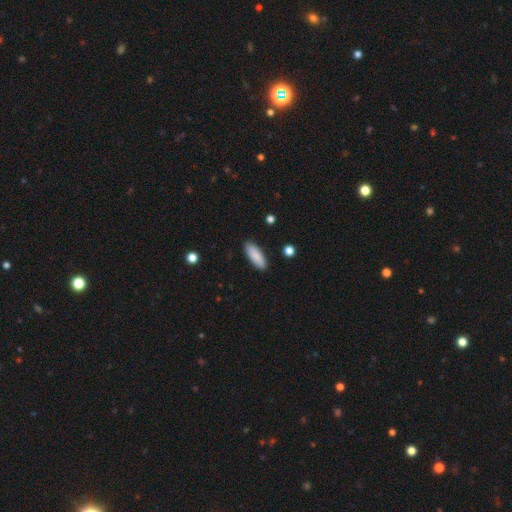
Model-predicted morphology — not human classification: smooth 88%, featured or disk 6%, star or artifact 6%. Down the decision tree: how rounded — in between (65%); merging — none (89%).